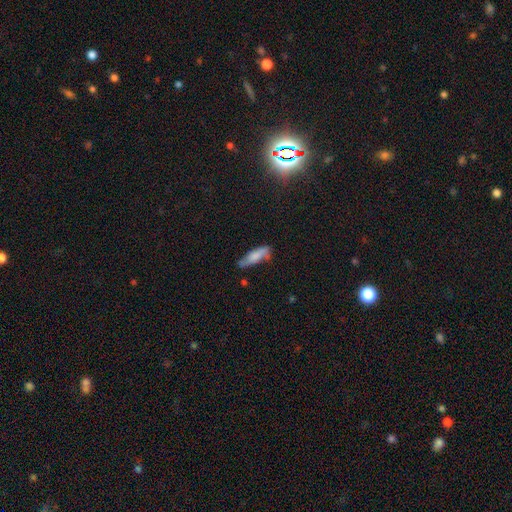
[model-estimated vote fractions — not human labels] Smooth or featured? Predicted: smooth (p=0.69). How rounded? Predicted: cigar-shaped (p=0.57). Merging? Predicted: none (p=0.58).